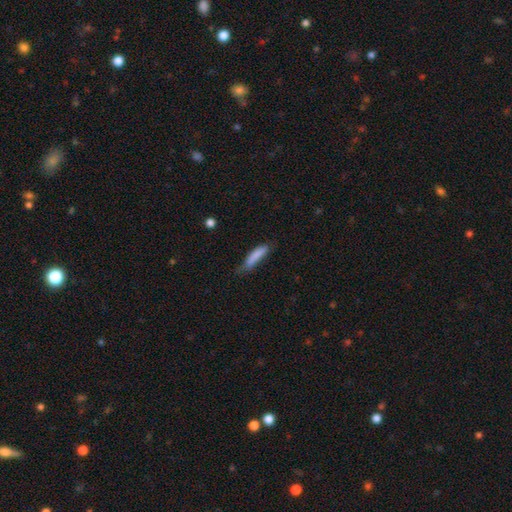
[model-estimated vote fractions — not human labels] Morphology: type=smooth (82%); roundness=cigar-shaped (80%); merging=none (54%).